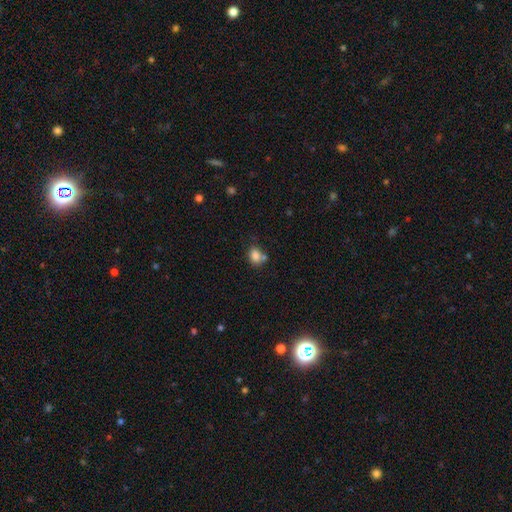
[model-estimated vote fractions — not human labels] Q: Smooth or featured?
A: smooth (82%); runner-up: star or artifact (10%)
Q: How rounded?
A: in between (62%); runner-up: round (37%)
Q: Merging?
A: none (54%); runner-up: merger (25%)